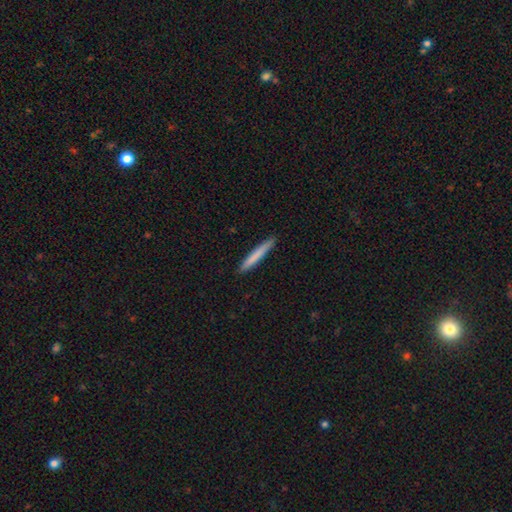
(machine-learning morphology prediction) This is likely a smooth galaxy (75%). How rounded: clearly cigar-shaped (96%). Merging: clearly none (91%).